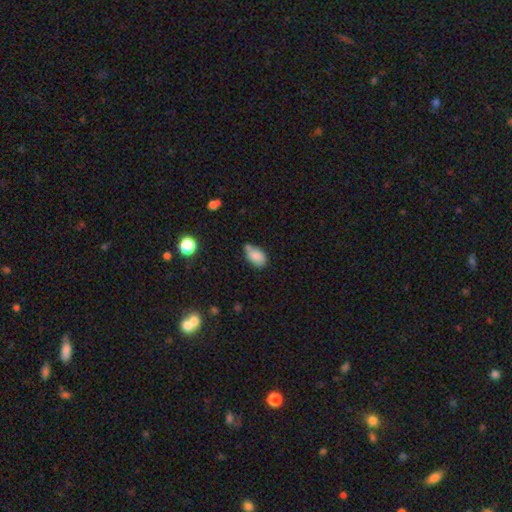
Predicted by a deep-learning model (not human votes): Q: Smooth or featured?
A: smooth (80%); runner-up: featured or disk (10%)
Q: How rounded?
A: in between (88%); runner-up: round (11%)
Q: Merging?
A: none (42%); runner-up: minor disturbance (37%)